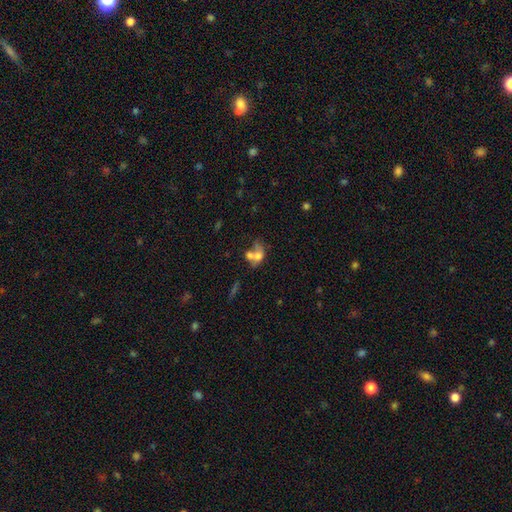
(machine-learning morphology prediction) Overall: smooth (60%; featured or disk 28%). How rounded: in between (63%; round 35%). Merging: merger (60%; none 21%).